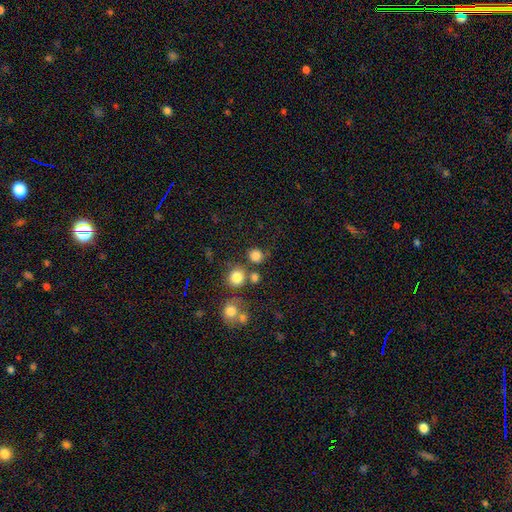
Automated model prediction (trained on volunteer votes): smooth_or_featured: smooth (p=0.81) [alt: star or artifact p=0.13]
how_rounded: round (p=0.89) [alt: in between p=0.10]
merging: none (p=0.71) [alt: merger p=0.14]